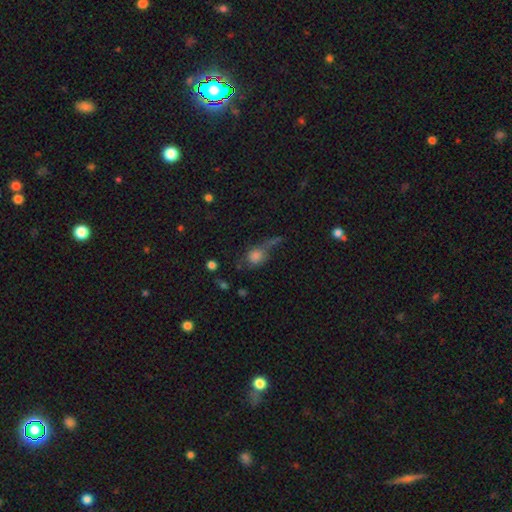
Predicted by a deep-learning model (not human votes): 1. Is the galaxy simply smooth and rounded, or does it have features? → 74% smooth, 15% star or artifact, 11% featured or disk.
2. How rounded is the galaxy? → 63% round, 34% in between, 3% cigar-shaped.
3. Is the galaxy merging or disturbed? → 40% none, 21% minor disturbance, 21% major disturbance, 17% merger.